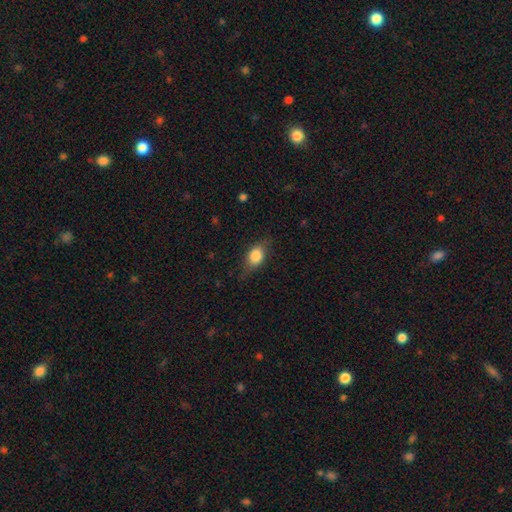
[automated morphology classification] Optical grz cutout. It shows a smooth galaxy with no disk features (77%) that is in between round and cigar-shaped (73%). Merging: none (72%).